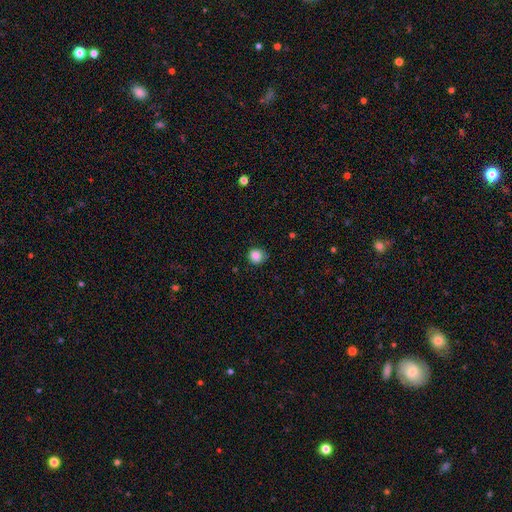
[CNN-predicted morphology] The model was most divided on "merging": none: 76%, minor disturbance: 20%, major disturbance: 3%, merger: 1%. More confident: how rounded — round (89%); smooth or featured — smooth (86%).